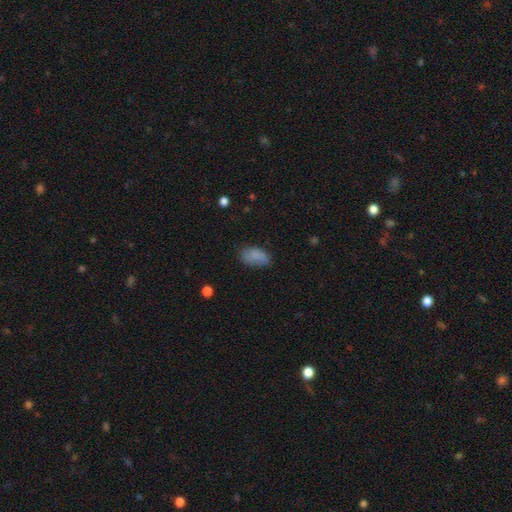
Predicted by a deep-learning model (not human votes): smooth-or-featured: smooth: 83% | star or artifact: 9% | featured or disk: 8%
  how-rounded: in between: 93% | round: 4% | cigar-shaped: 3%
  merging: none: 68% | minor disturbance: 23% | major disturbance: 7% | merger: 2%